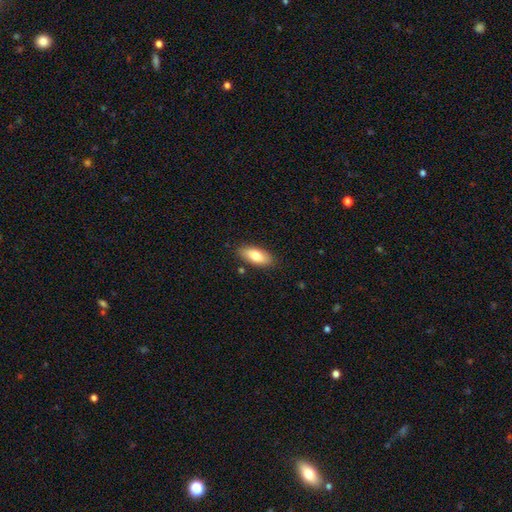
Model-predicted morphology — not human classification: smooth-or-featured: smooth: 78% | featured or disk: 16% | star or artifact: 6%
  how-rounded: in between: 85% | cigar-shaped: 13% | round: 2%
  merging: none: 86% | minor disturbance: 11% | major disturbance: 2% | merger: 2%